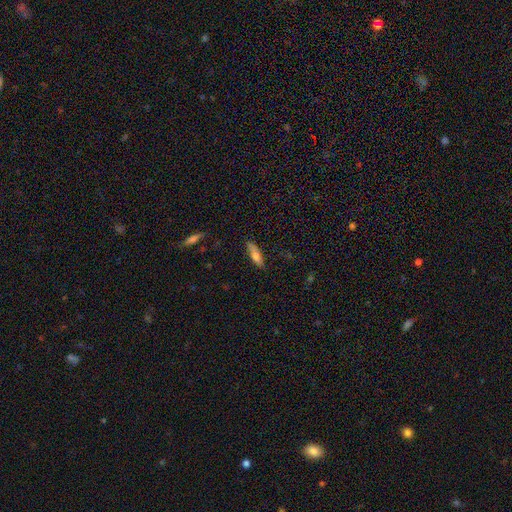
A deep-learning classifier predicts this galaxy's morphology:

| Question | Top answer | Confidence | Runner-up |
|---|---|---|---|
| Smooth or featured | smooth | 72% | featured or disk (21%) |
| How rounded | cigar-shaped | 63% | in between (35%) |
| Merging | none | 78% | minor disturbance (17%) |